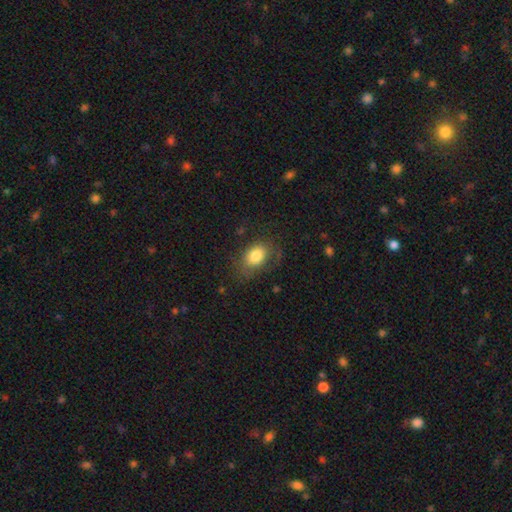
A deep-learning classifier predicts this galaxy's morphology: Smooth or featured? smooth (78%)
How rounded? in between (76%)
Merging? none (62%)